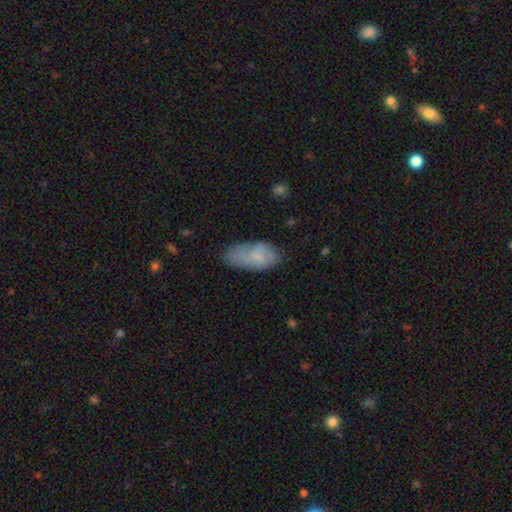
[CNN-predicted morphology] Smooth or featured? smooth (78%)
How rounded? in between (90%)
Merging? none (54%)